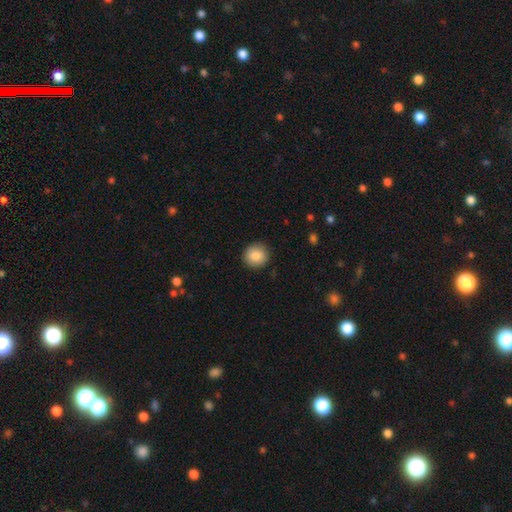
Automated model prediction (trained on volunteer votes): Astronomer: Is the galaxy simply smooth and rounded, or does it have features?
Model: smooth — 87%.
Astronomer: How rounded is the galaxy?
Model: round — 91%.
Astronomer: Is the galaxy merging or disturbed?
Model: none — 91%.